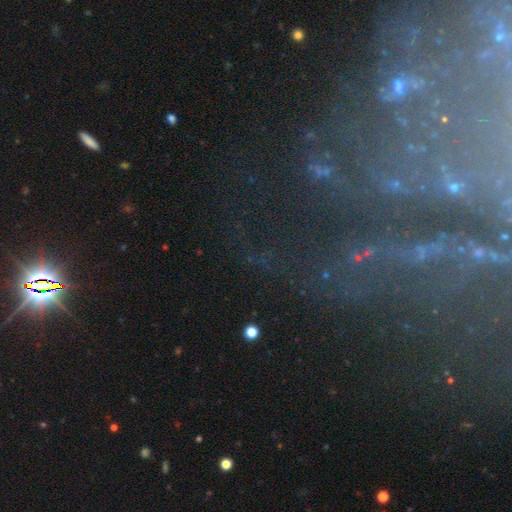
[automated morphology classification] Q: Smooth or featured?
A: featured or disk (48%); runner-up: star or artifact (37%)
Q: Merging?
A: none (66%); runner-up: minor disturbance (15%)